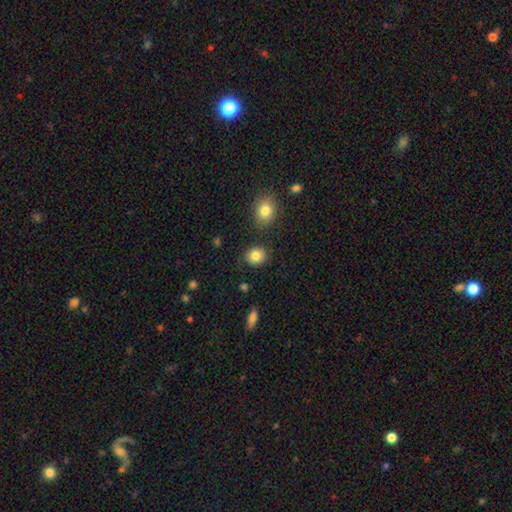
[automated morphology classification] Smooth or featured?
  - smooth: 85% *
  - star or artifact: 9%
  - featured or disk: 6%
How rounded?
  - round: 71% *
  - in between: 28%
  - cigar-shaped: 1%
Merging?
  - none: 85% *
  - minor disturbance: 9%
  - merger: 3%
  - major disturbance: 3%